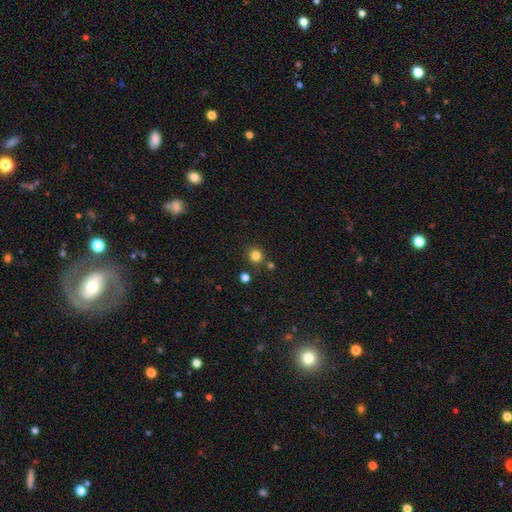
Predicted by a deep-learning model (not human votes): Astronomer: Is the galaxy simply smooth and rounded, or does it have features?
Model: smooth — 82%.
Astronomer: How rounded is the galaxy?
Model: round — 89%.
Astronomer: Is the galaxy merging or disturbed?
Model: none — 80%.